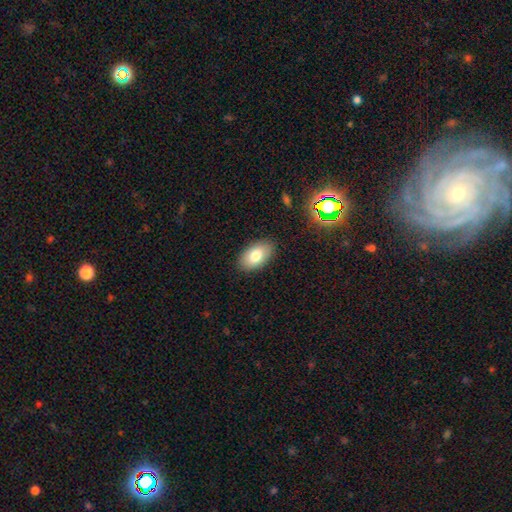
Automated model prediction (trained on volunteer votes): The model was most divided on "smooth or featured": smooth: 80%, featured or disk: 13%, star or artifact: 8%. More confident: how rounded — in between (93%); merging — none (88%).